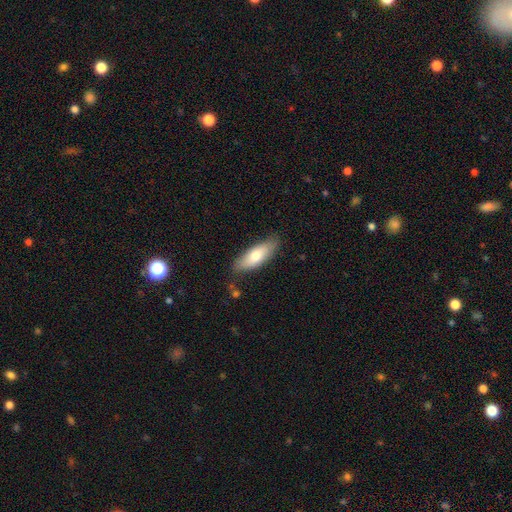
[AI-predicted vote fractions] Q: Smooth or featured?
A: smooth (70%); runner-up: featured or disk (24%)
Q: How rounded?
A: in between (64%); runner-up: cigar-shaped (34%)
Q: Merging?
A: none (80%); runner-up: minor disturbance (15%)